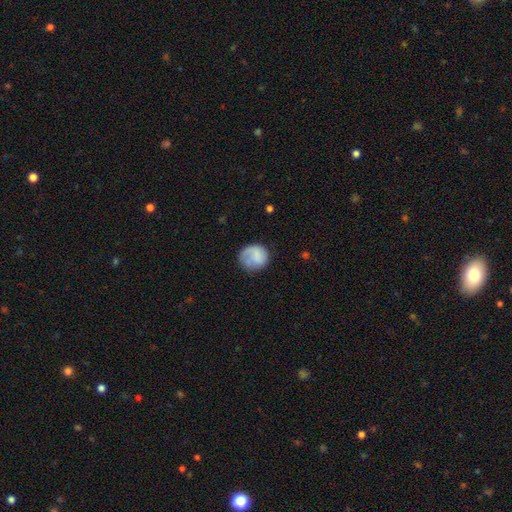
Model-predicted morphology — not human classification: Smooth or featured? smooth (69%)
How rounded? round (86%)
Merging? none (62%)